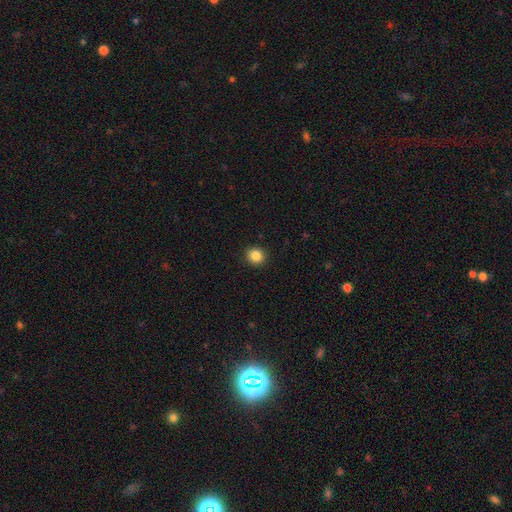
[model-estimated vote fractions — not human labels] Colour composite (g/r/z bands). It shows a smooth galaxy with no disk features (85%) that is round (89%). Merging: none (92%).